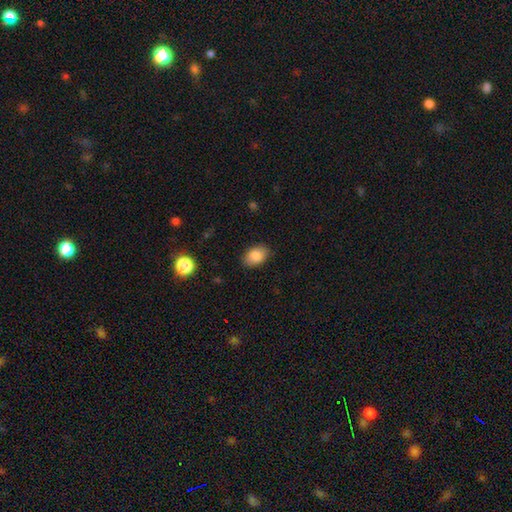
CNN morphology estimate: Smooth or featured? smooth (85%)
How rounded? in between (85%)
Merging? none (85%)